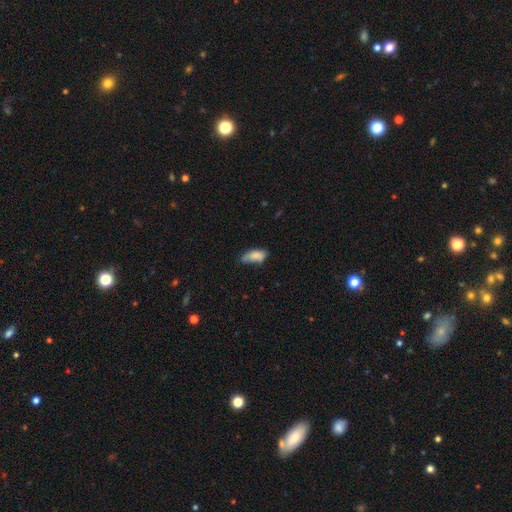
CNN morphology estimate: Smooth or featured?
  - smooth: 81% *
  - featured or disk: 12%
  - star or artifact: 8%
How rounded?
  - in between: 85% *
  - cigar-shaped: 13%
  - round: 3%
Merging?
  - none: 43% *
  - minor disturbance: 41%
  - major disturbance: 12%
  - merger: 3%